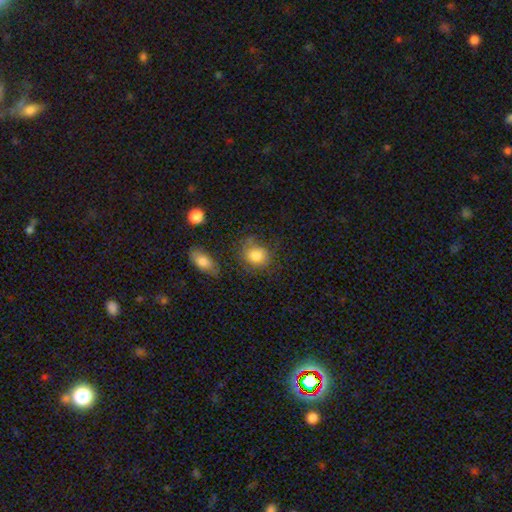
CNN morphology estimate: Smooth or featured: smooth — 80% (featured or disk — 11%)
How rounded: round — 70% (in between — 28%)
Merging: none — 65% (minor disturbance — 21%)